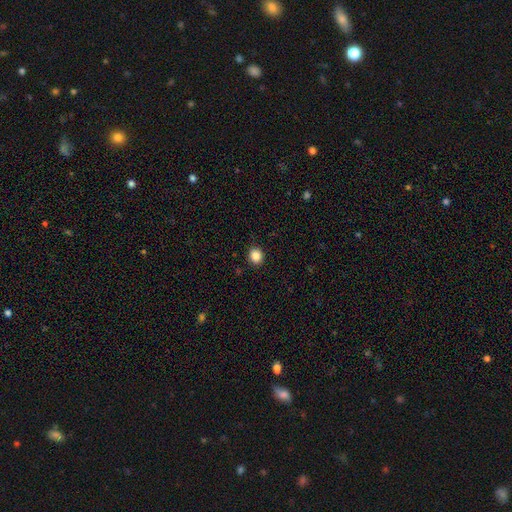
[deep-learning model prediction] Overall: smooth (86%). How rounded: round (75%). Merging: none (91%).